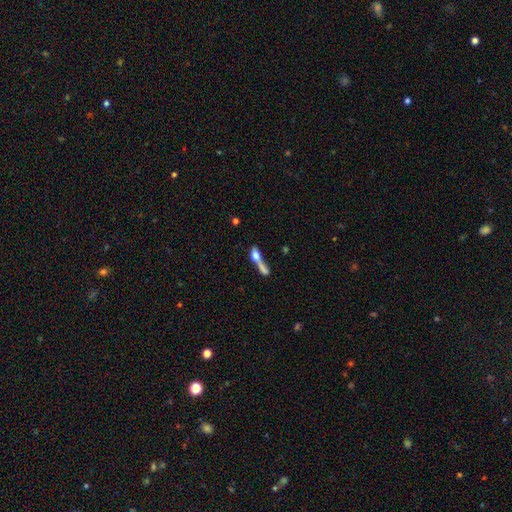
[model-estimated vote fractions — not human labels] A smooth galaxy with no disk features (60%) that is cigar-shaped (47%).

Vote fractions:
- Smooth or featured? smooth: 60% / featured or disk: 31% / star or artifact: 10%
- How rounded? cigar-shaped: 47% / in between: 40% / round: 13%
- Merging? merger: 49% / none: 24% / major disturbance: 15% / minor disturbance: 11%